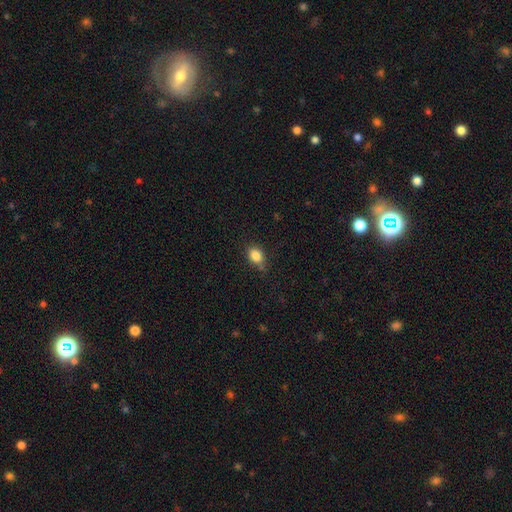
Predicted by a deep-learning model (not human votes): Morphology: type=smooth (84%); roundness=in between (64%); merging=none (67%).